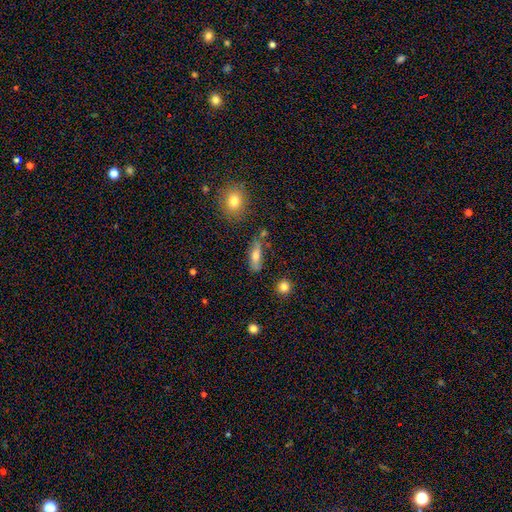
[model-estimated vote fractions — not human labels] smooth-or-featured: smooth: 61% | featured or disk: 30% | star or artifact: 9%
  how-rounded: in between: 54% | cigar-shaped: 41% | round: 5%
  merging: none: 68% | minor disturbance: 19% | merger: 7% | major disturbance: 6%